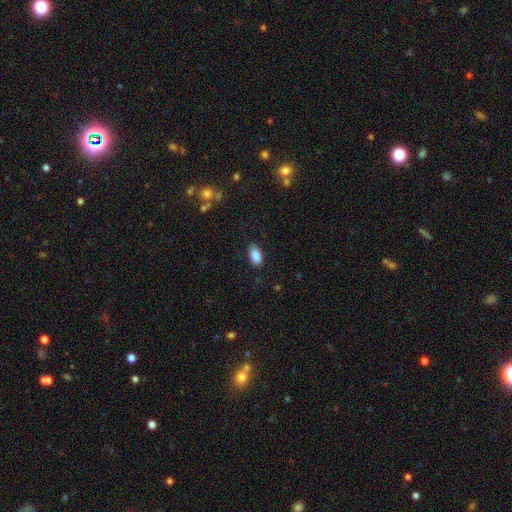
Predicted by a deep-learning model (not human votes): Smooth or featured? smooth (89%)
How rounded? in between (92%)
Merging? none (85%)